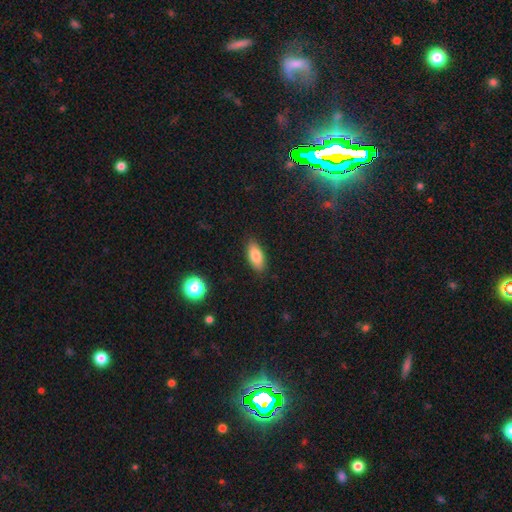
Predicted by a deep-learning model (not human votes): Smooth or featured? Predicted: smooth (p=0.83). How rounded? Predicted: in between (p=0.85). Merging? Predicted: none (p=0.87).